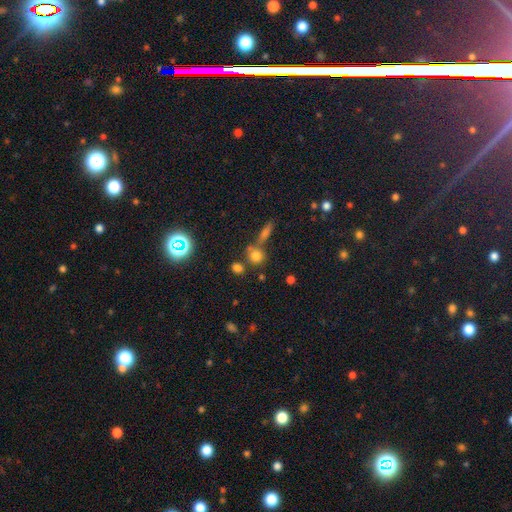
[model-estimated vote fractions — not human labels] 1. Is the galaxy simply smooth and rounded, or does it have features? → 72% smooth, 19% star or artifact, 9% featured or disk.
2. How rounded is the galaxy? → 80% round, 16% in between, 4% cigar-shaped.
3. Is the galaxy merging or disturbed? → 63% none, 23% merger, 10% minor disturbance, 4% major disturbance.